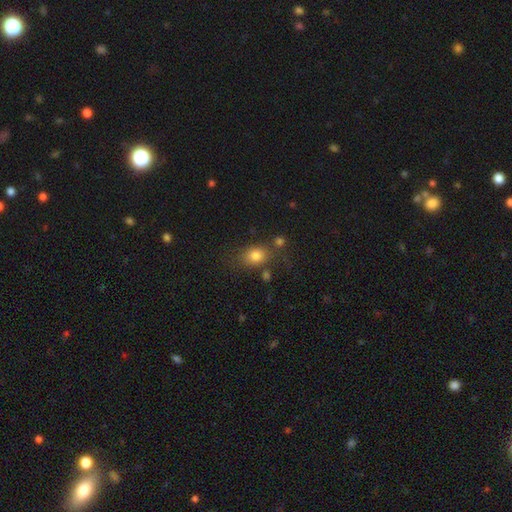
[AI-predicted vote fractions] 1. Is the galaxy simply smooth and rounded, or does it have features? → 79% smooth, 12% star or artifact, 9% featured or disk.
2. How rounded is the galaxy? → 58% in between, 40% round, 2% cigar-shaped.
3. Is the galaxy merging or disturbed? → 67% none, 17% minor disturbance, 10% merger, 7% major disturbance.